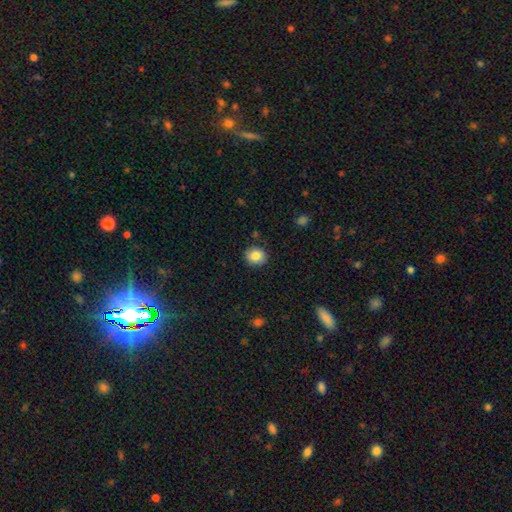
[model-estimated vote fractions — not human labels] This is clearly a smooth galaxy (84%). How rounded: likely round (78%). Merging: clearly none (88%).